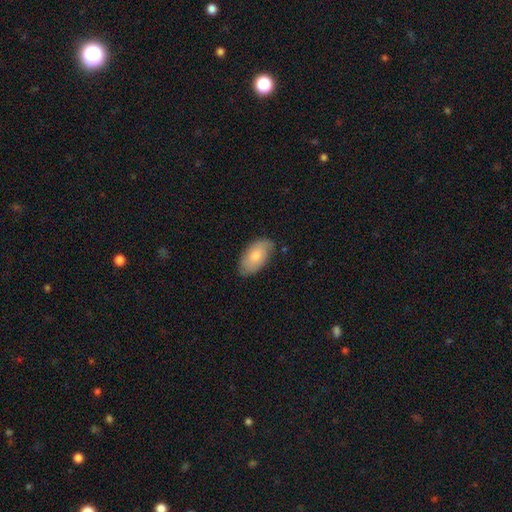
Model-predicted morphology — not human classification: This is likely a smooth galaxy (72%). How rounded: clearly in between (95%). Merging: likely none (76%).